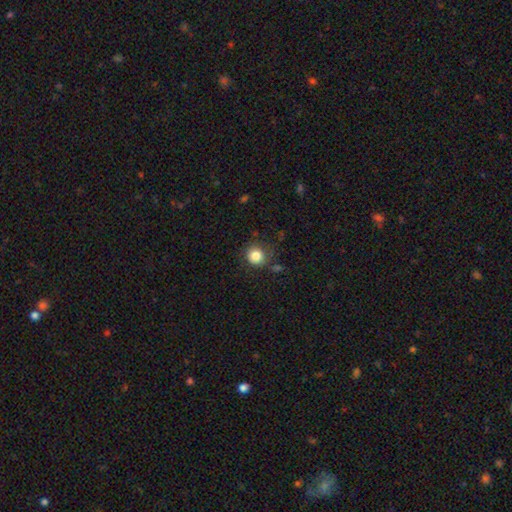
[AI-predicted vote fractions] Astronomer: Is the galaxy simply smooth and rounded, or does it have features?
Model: smooth — 83%.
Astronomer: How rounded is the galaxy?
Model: round — 90%.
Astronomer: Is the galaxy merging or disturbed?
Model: none — 77%.